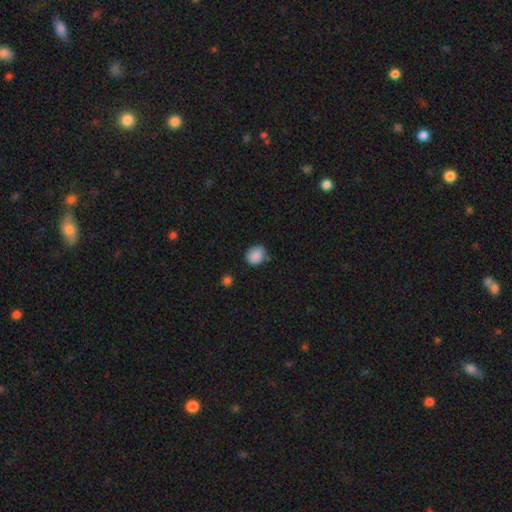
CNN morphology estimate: Smooth or featured? Predicted: smooth (p=0.88). How rounded? Predicted: round (p=0.66). Merging? Predicted: none (p=0.75).